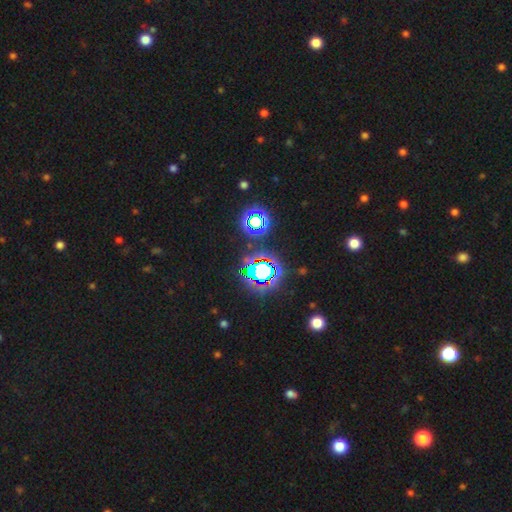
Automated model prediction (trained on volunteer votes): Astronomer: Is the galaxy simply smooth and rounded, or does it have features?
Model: star or artifact — 82%.